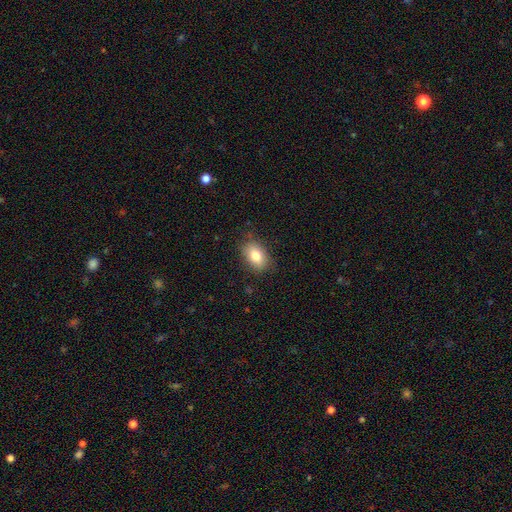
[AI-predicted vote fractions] Morphology: type=smooth (81%); roundness=in between (84%); merging=none (83%).